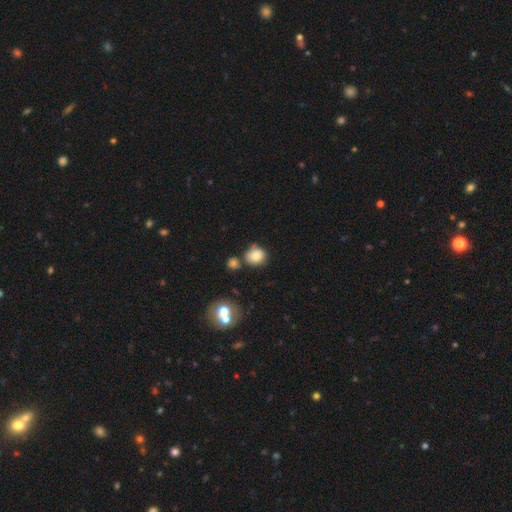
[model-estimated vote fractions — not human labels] A smooth galaxy with no disk features (81%) that is round (79%). Merging: none (65%).